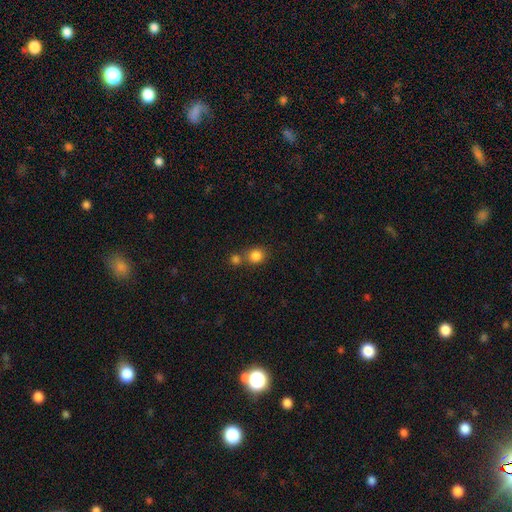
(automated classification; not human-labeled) A smooth galaxy with no disk features (83%) that is round (83%). Merging: none (57%).